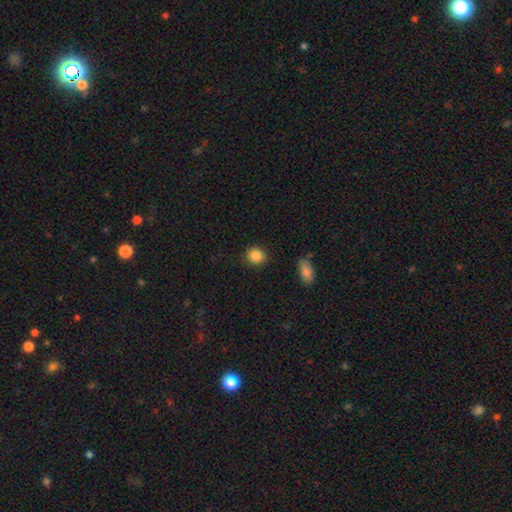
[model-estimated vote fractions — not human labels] Smooth or featured?
  - smooth: 87% *
  - star or artifact: 9%
  - featured or disk: 4%
How rounded?
  - round: 76% *
  - in between: 23%
  - cigar-shaped: 1%
Merging?
  - none: 88% *
  - minor disturbance: 8%
  - major disturbance: 2%
  - merger: 2%